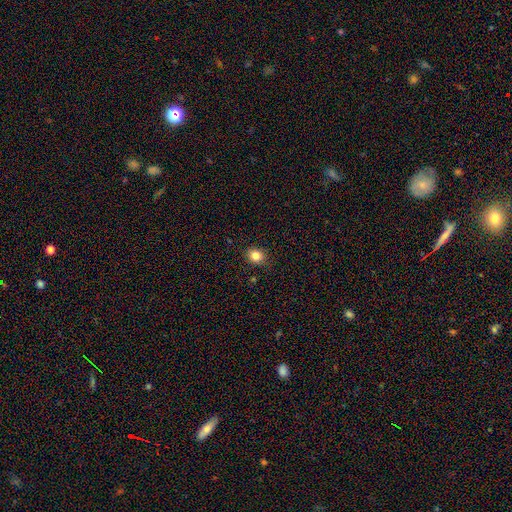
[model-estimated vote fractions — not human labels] smooth-or-featured: smooth: 83% | star or artifact: 11% | featured or disk: 6%
  how-rounded: round: 68% | in between: 31% | cigar-shaped: 1%
  merging: none: 87% | minor disturbance: 9% | major disturbance: 2% | merger: 1%